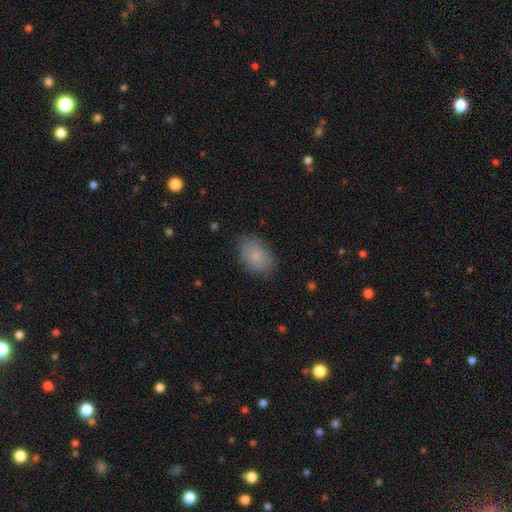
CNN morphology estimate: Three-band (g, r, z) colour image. It shows a smooth galaxy with no disk features (82%) that is in between round and cigar-shaped (85%). Merging: none (80%).